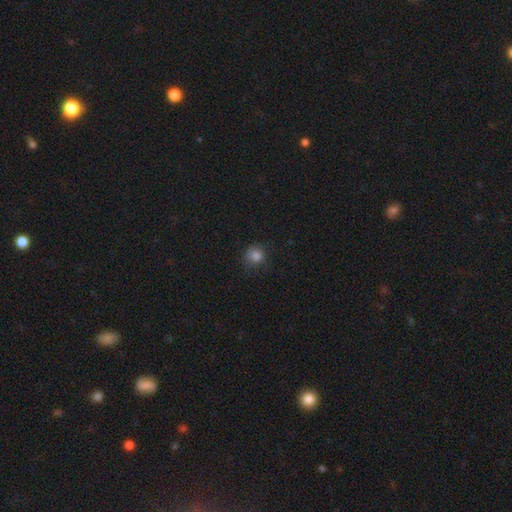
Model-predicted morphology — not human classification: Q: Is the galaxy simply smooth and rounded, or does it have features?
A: smooth — 82%.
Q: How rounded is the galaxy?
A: round — 85%.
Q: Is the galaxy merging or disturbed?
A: none — 70%.